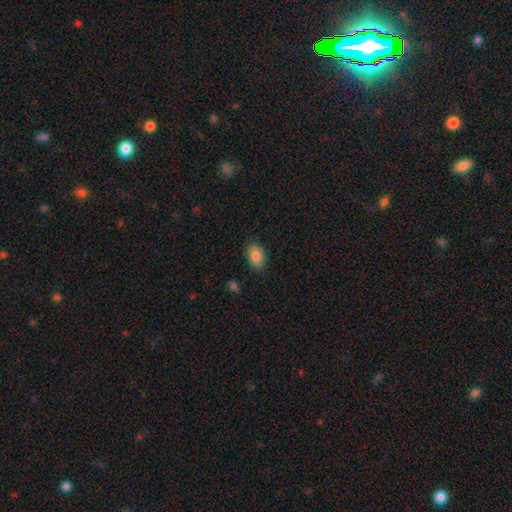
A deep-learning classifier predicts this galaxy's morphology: This is clearly a smooth galaxy (85%). How rounded: clearly in between (90%). Merging: clearly none (86%).